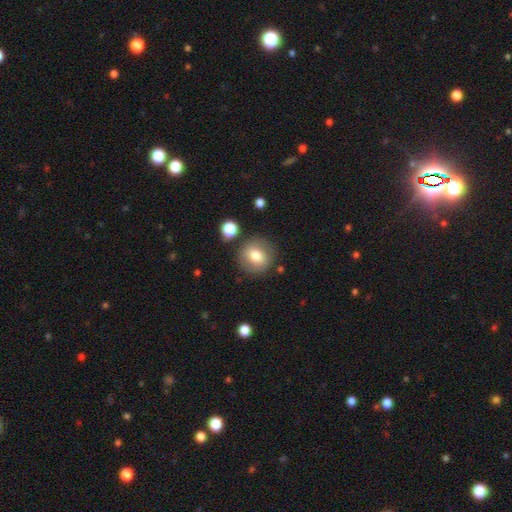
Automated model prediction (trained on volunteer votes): Smooth or featured?
  - smooth: 73% *
  - featured or disk: 18%
  - star or artifact: 10%
How rounded?
  - round: 91% *
  - in between: 8%
  - cigar-shaped: 1%
Merging?
  - none: 82% *
  - minor disturbance: 10%
  - merger: 4%
  - major disturbance: 4%